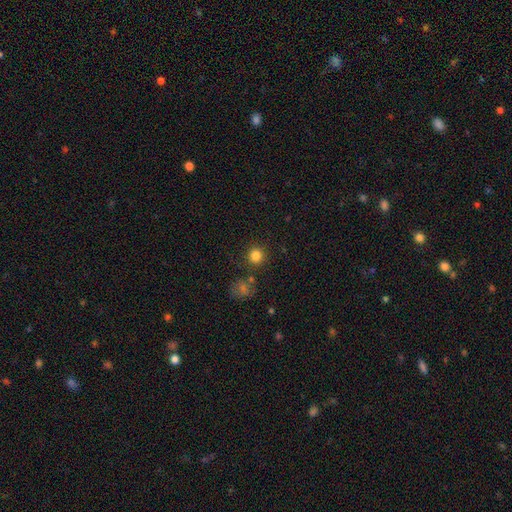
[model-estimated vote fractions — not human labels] Smooth or featured?
  - smooth: 83% *
  - star or artifact: 12%
  - featured or disk: 5%
How rounded?
  - round: 93% *
  - in between: 6%
  - cigar-shaped: 1%
Merging?
  - none: 85% *
  - minor disturbance: 7%
  - merger: 5%
  - major disturbance: 3%